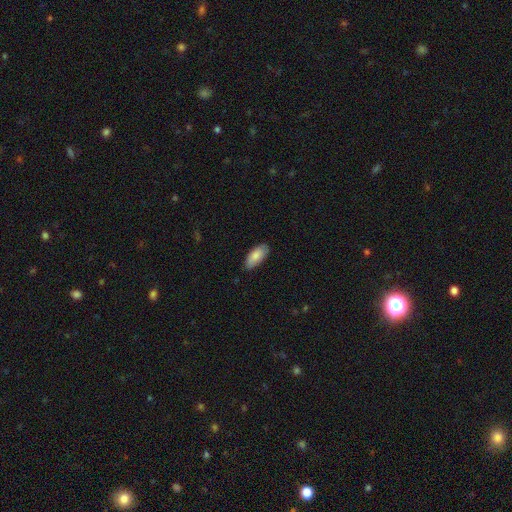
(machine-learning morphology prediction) Smooth or featured? Predicted: smooth (p=0.84). How rounded? Predicted: in between (p=0.87). Merging? Predicted: none (p=0.83).